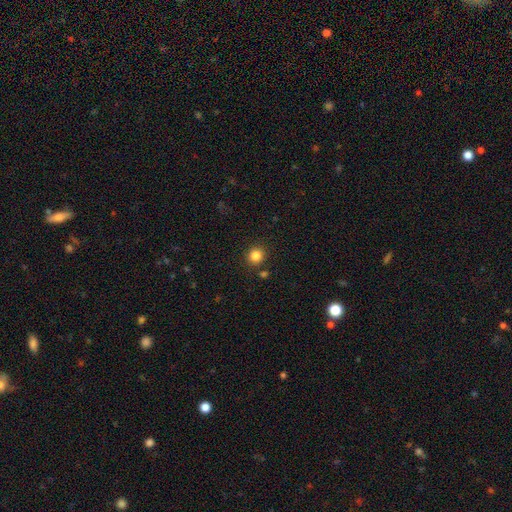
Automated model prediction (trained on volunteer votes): Smooth or featured?
  - smooth: 84% *
  - star or artifact: 12%
  - featured or disk: 4%
How rounded?
  - round: 89% *
  - in between: 10%
  - cigar-shaped: 1%
Merging?
  - none: 87% *
  - minor disturbance: 7%
  - merger: 4%
  - major disturbance: 2%